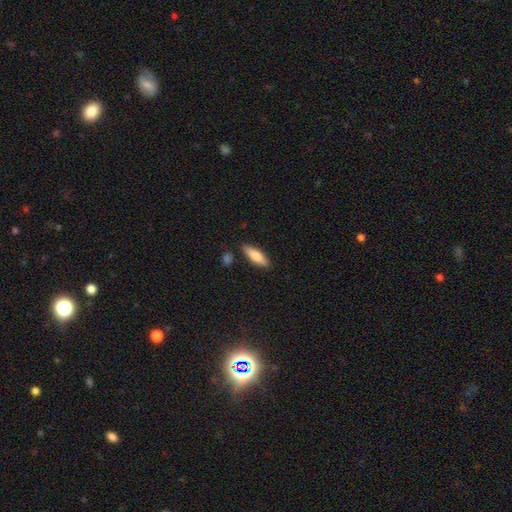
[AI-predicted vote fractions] Smooth or featured? smooth (75%)
How rounded? cigar-shaped (49%, tied with in between)
Merging? none (85%)